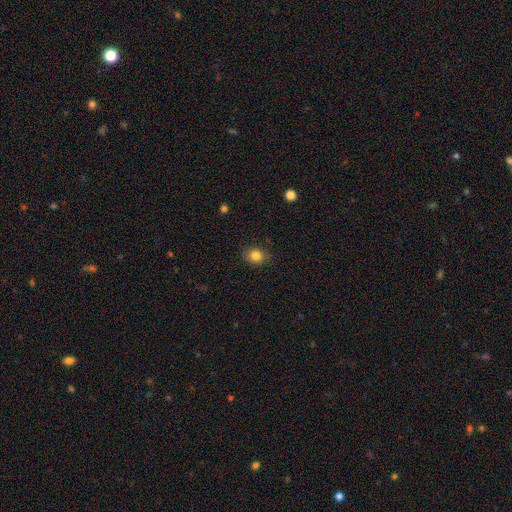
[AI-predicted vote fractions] This is clearly a smooth galaxy (82%). How rounded: possibly round (52%). Merging: clearly none (83%).